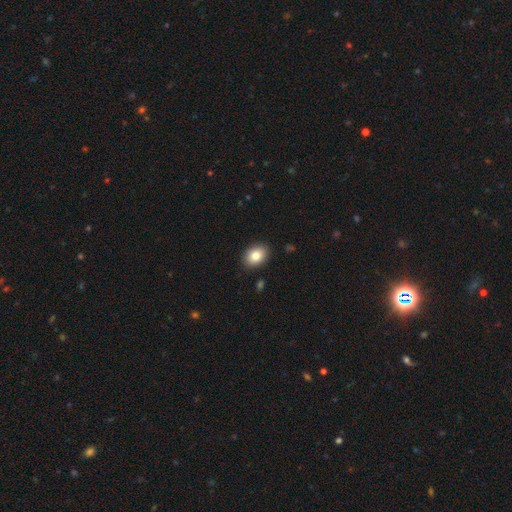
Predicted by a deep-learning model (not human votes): A smooth galaxy with no disk features (83%) that is in between round and cigar-shaped (74%).

Vote fractions:
- Smooth or featured? smooth: 83% / featured or disk: 9% / star or artifact: 8%
- How rounded? in between: 74% / round: 25% / cigar-shaped: 1%
- Merging? none: 89% / minor disturbance: 8% / major disturbance: 2% / merger: 1%